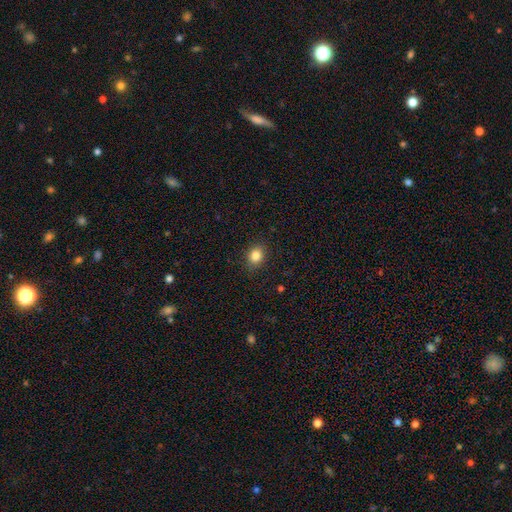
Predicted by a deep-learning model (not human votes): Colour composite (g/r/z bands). It shows a smooth galaxy with no disk features (85%) that is round (50%). Merging: none (88%).